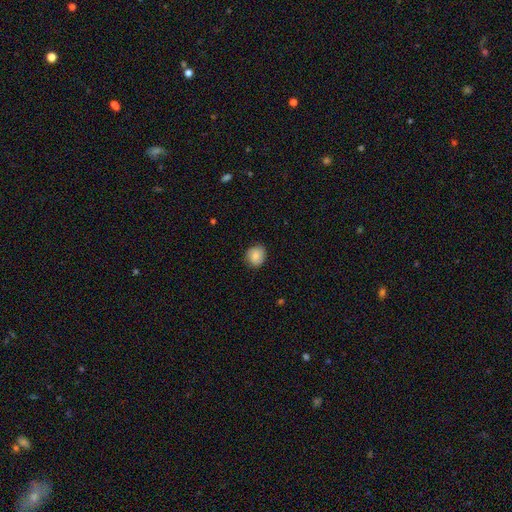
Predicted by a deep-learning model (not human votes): Q: Smooth or featured?
A: smooth (82%); runner-up: featured or disk (11%)
Q: How rounded?
A: round (81%); runner-up: in between (18%)
Q: Merging?
A: none (83%); runner-up: minor disturbance (14%)